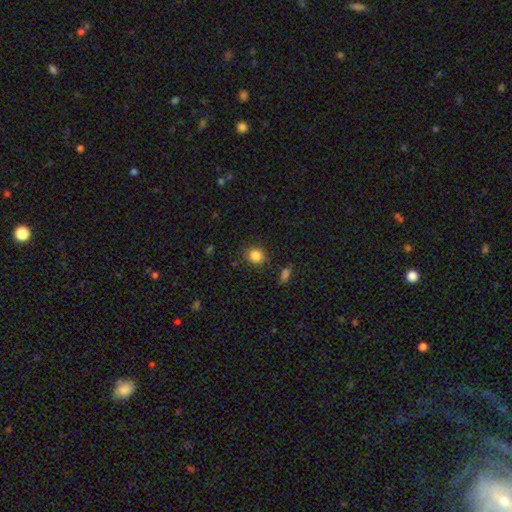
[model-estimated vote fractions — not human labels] smooth-or-featured: smooth: 83% | star or artifact: 12% | featured or disk: 5%
  how-rounded: round: 80% | in between: 19% | cigar-shaped: 1%
  merging: none: 85% | minor disturbance: 10% | major disturbance: 3% | merger: 2%